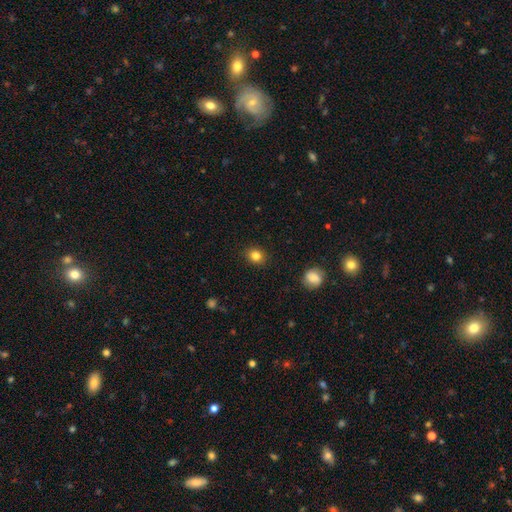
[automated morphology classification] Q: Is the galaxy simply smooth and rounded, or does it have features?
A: smooth — 83%.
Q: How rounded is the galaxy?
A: round — 72%.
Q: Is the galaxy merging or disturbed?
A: none — 89%.